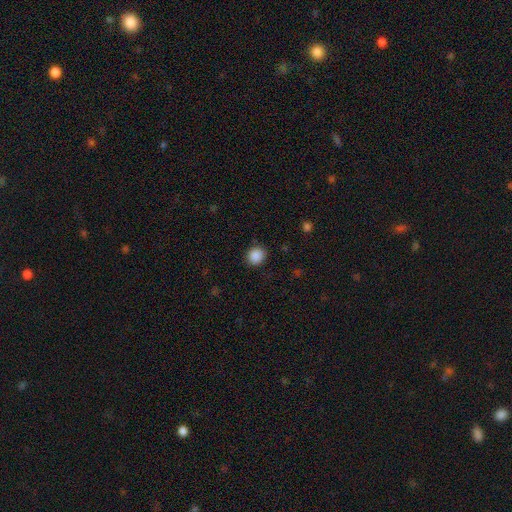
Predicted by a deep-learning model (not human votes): A smooth galaxy with no disk features (88%) that is round (82%).

Vote fractions:
- Smooth or featured? smooth: 88% / star or artifact: 9% / featured or disk: 3%
- How rounded? round: 82% / in between: 17% / cigar-shaped: 1%
- Merging? none: 87% / minor disturbance: 9% / major disturbance: 3% / merger: 1%